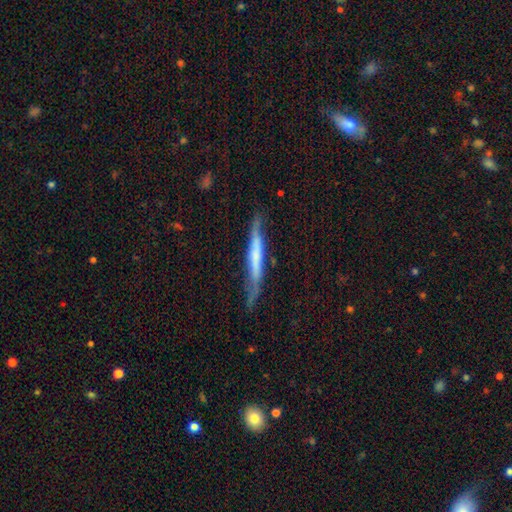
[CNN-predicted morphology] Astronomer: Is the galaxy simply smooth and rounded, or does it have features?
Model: featured or disk — 56% (runner-up: smooth, 38%).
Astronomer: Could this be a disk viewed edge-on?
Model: yes — 87%.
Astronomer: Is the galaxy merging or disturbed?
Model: none — 65%.